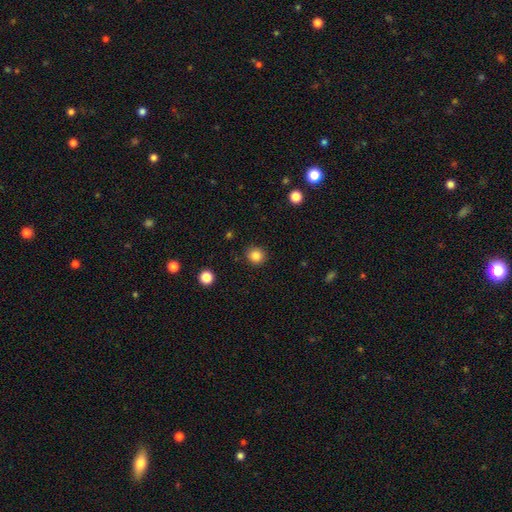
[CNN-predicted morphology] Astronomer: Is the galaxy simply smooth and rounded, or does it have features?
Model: smooth — 85%.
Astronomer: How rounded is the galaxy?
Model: round — 90%.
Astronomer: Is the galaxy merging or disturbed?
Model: none — 90%.